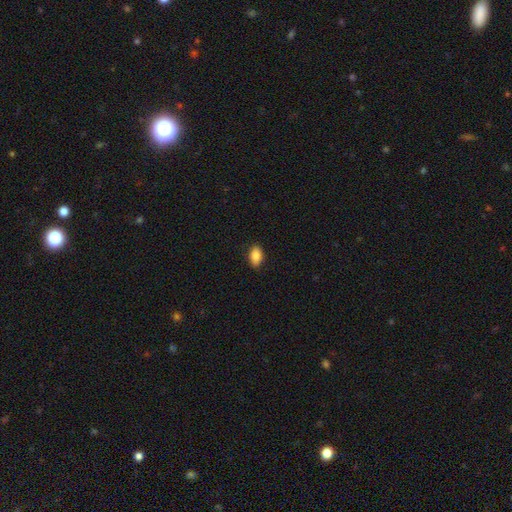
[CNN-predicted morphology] Smooth or featured? smooth (88%)
How rounded? in between (91%)
Merging? none (88%)